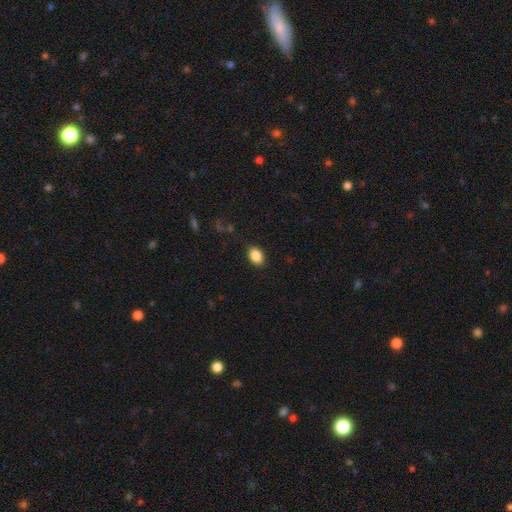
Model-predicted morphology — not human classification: Q: Smooth or featured?
A: smooth (87%); runner-up: star or artifact (8%)
Q: How rounded?
A: in between (78%); runner-up: round (20%)
Q: Merging?
A: none (86%); runner-up: minor disturbance (10%)